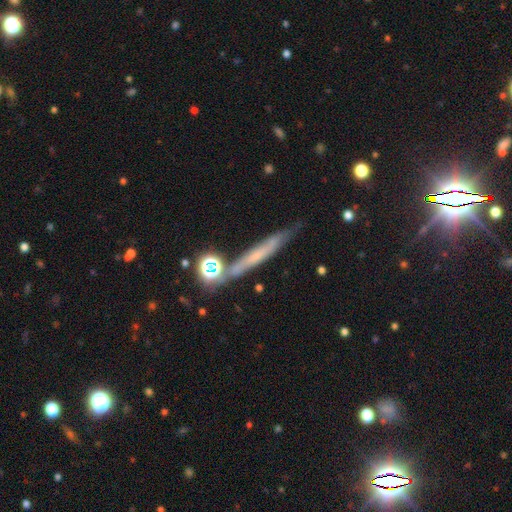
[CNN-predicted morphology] smooth-or-featured: featured or disk: 45% | smooth: 41% | star or artifact: 13%
  merging: none: 72% | minor disturbance: 15% | merger: 8% | major disturbance: 5%